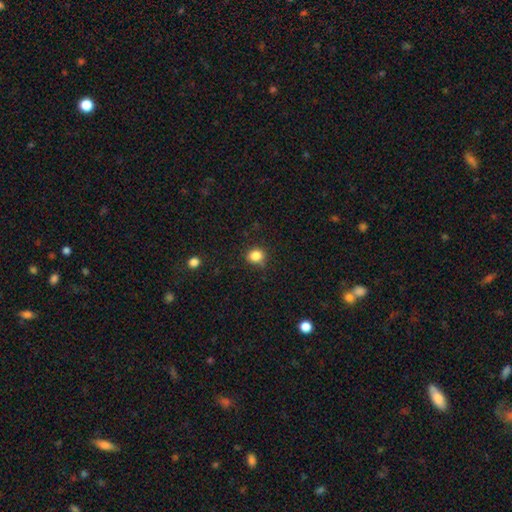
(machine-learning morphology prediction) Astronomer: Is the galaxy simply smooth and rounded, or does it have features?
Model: smooth — 84%.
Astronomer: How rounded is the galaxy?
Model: round — 74%.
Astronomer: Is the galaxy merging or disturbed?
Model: none — 78%.